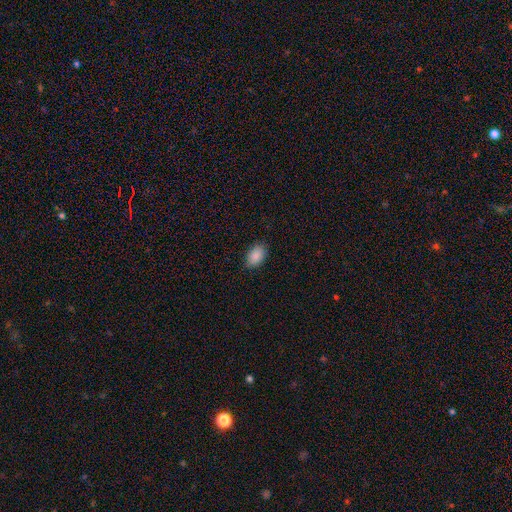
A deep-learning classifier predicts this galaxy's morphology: type=smooth (89%); roundness=in between (91%); merging=none (86%).